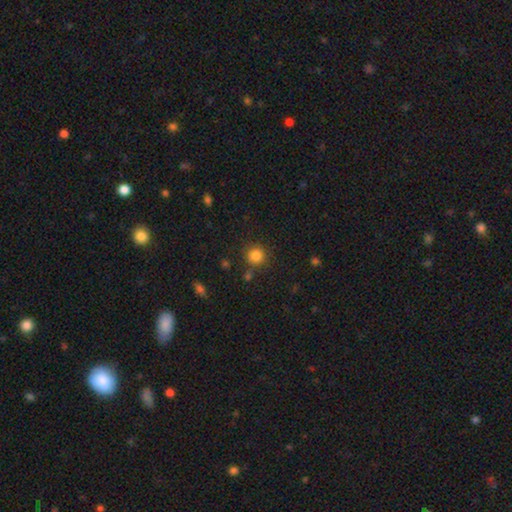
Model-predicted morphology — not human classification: Smooth or featured? smooth (84%)
How rounded? round (92%)
Merging? none (82%)